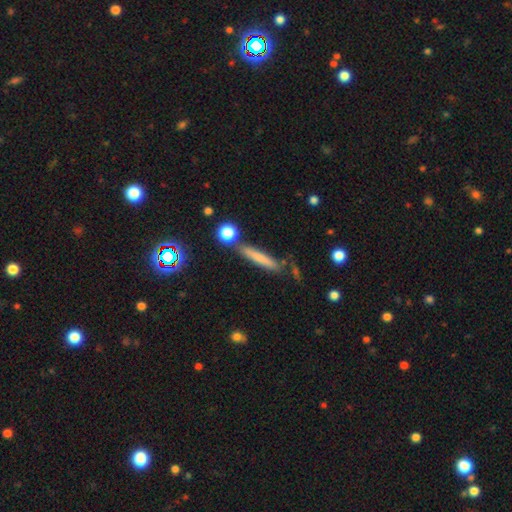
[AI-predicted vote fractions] A smooth galaxy with no disk features (62%) that is cigar-shaped (91%). Merging: none (74%).